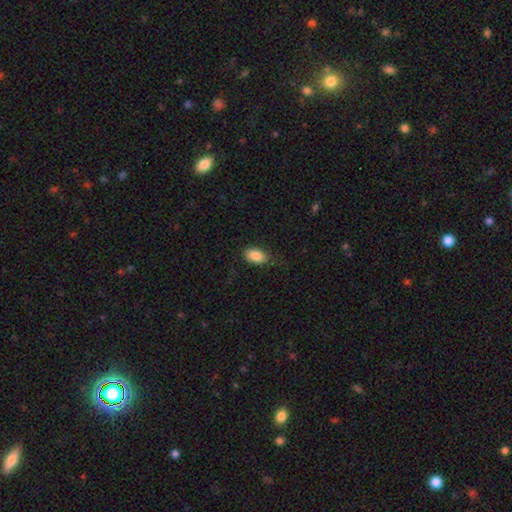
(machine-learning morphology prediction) A smooth galaxy with no disk features (86%) that is in between round and cigar-shaped (90%).

Vote fractions:
- Smooth or featured? smooth: 86% / star or artifact: 8% / featured or disk: 6%
- How rounded? in between: 90% / round: 8% / cigar-shaped: 2%
- Merging? none: 75% / minor disturbance: 19% / major disturbance: 5% / merger: 1%